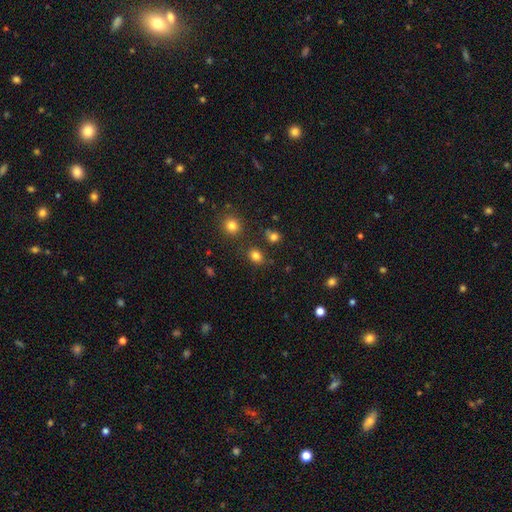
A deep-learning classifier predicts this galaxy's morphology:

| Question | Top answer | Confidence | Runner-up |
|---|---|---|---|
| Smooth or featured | smooth | 81% | star or artifact (14%) |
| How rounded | round | 52% | in between (47%) |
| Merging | none | 79% | minor disturbance (11%) |